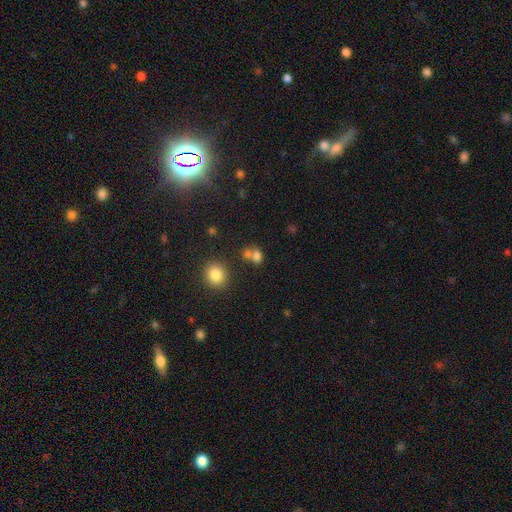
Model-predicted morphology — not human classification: smooth_or_featured: smooth (p=0.73) [alt: star or artifact p=0.15]
how_rounded: in between (p=0.51) [alt: round p=0.47]
merging: merger (p=0.47) [alt: none p=0.37]